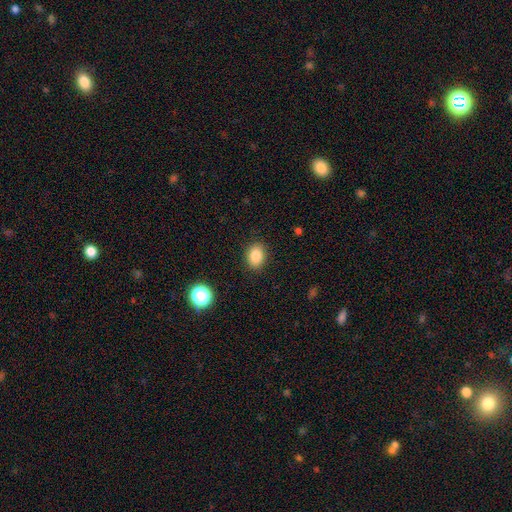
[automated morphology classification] The model was most divided on "how rounded": in between: 69%, round: 30%, cigar-shaped: 1%. More confident: merging — none (88%); smooth or featured — smooth (85%).